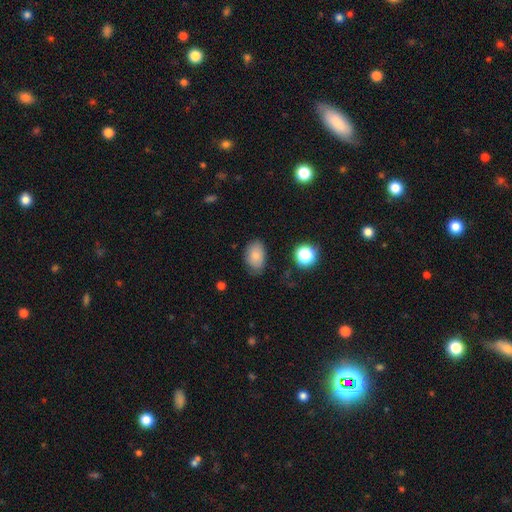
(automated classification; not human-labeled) Overall: smooth (80%). How rounded: in between (86%). Merging: none (72%).